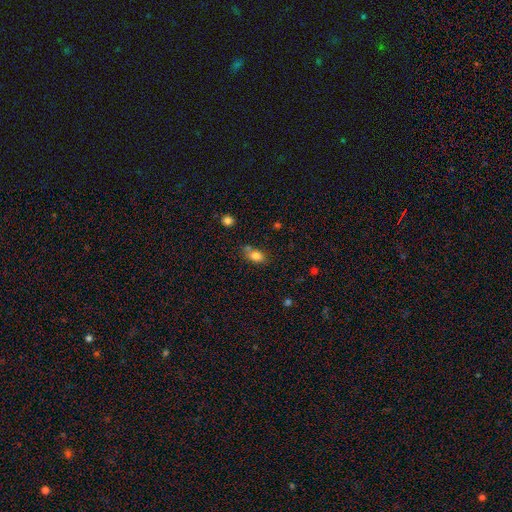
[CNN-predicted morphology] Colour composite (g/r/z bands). It shows a smooth galaxy with no disk features (80%) that is in between round and cigar-shaped (78%). Merging: none (59%).